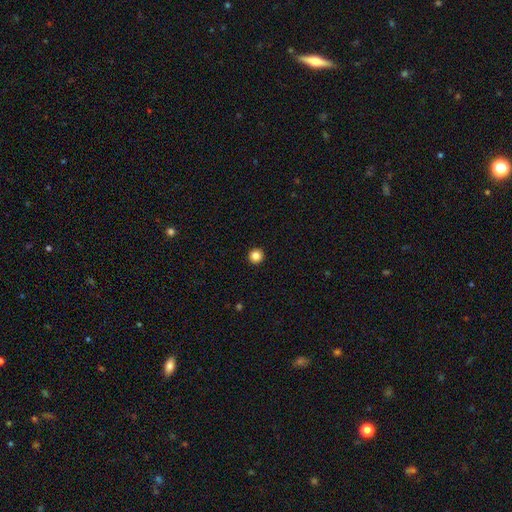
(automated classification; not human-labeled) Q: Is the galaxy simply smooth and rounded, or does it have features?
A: smooth — 85%.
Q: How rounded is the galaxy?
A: round — 96%.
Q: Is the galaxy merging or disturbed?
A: none — 94%.